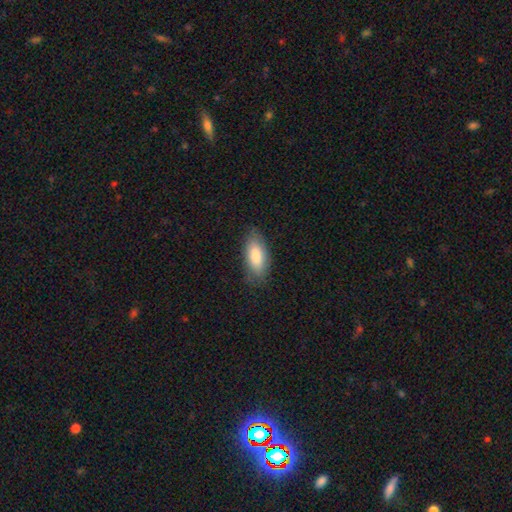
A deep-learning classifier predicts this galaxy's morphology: A smooth galaxy with no disk features (84%) that is in between round and cigar-shaped (86%). Merging: none (82%).